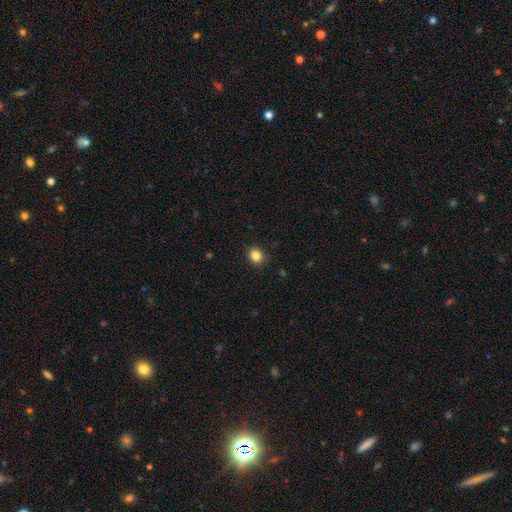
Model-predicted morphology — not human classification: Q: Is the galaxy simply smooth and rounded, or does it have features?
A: smooth — 85%.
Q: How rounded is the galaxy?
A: round — 65%.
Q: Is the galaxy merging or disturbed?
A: none — 90%.